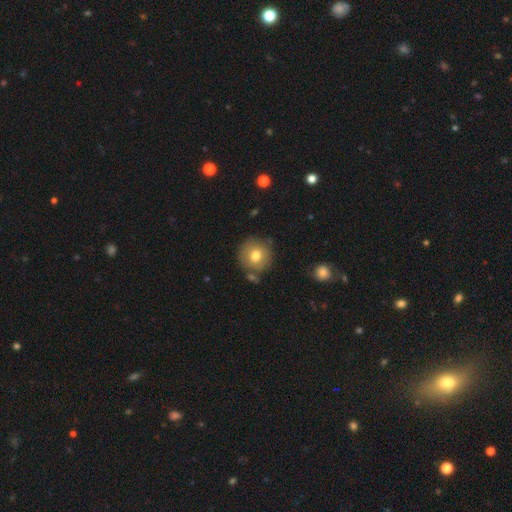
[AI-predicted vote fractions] This appears to be a smooth galaxy with no disk features (76%) that is round (93%). Merging: none (79%).